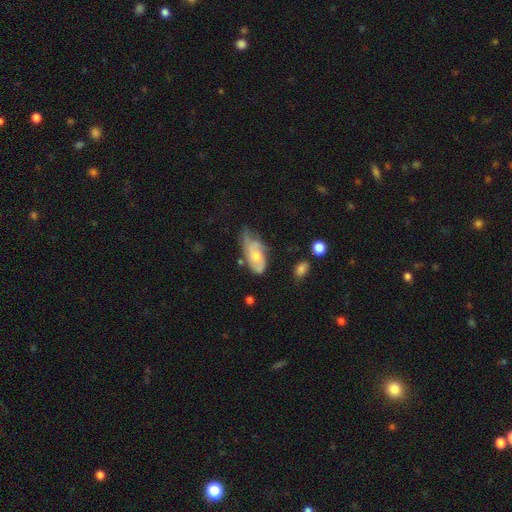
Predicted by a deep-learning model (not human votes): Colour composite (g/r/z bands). It shows a featured or disk galaxy (48%). Merging: minor disturbance (40%).